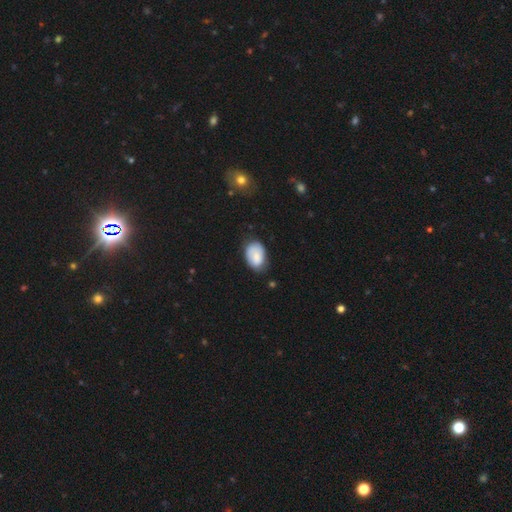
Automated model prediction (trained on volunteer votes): Overall: smooth (77%). How rounded: in between (86%). Merging: none (61%; minor disturbance 30%).